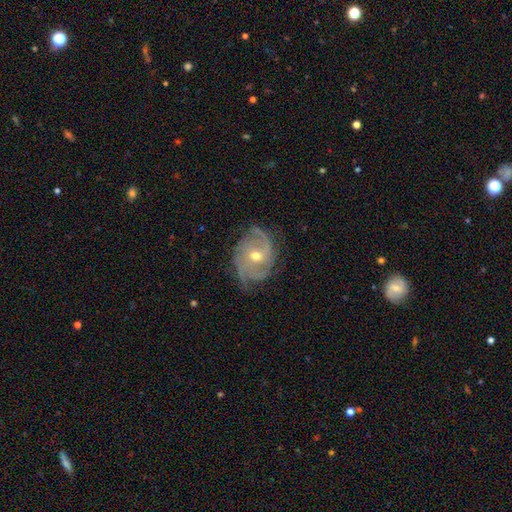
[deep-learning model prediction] This is clearly a featured or disk galaxy (86%). It is clearly not viewed edge-on (97%). Bar: likely no (69%). Spiral arm pattern: clearly yes (96%). Spiral arm count: marginally 3 (35%). Spiral winding: possibly tight (48%). Central bulge: possibly moderate (60%). Merging: likely none (71%).